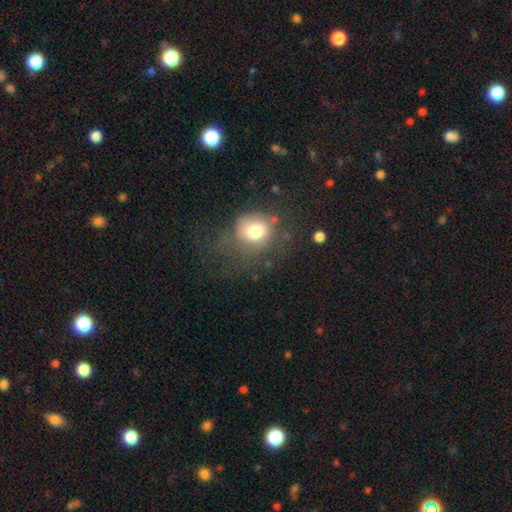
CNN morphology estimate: A smooth galaxy with no disk features (61%) that is round (68%).

Vote fractions:
- Smooth or featured? smooth: 61% / star or artifact: 20% / featured or disk: 18%
- How rounded? round: 68% / in between: 31% / cigar-shaped: 1%
- Merging? none: 50% / major disturbance: 23% / minor disturbance: 23% / merger: 3%